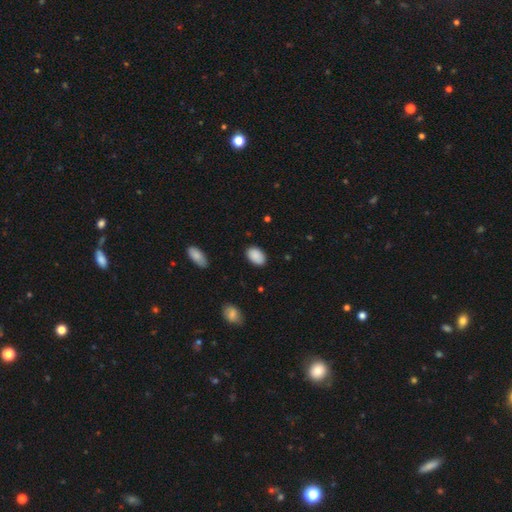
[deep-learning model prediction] smooth_or_featured: smooth (p=0.89) [alt: star or artifact p=0.07]
how_rounded: in between (p=0.89) [alt: round p=0.10]
merging: none (p=0.86) [alt: minor disturbance p=0.10]